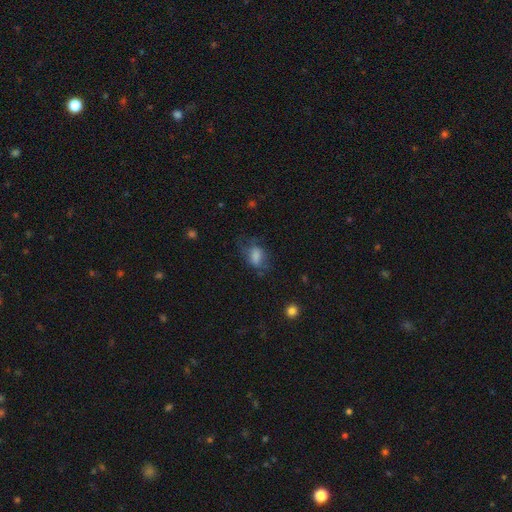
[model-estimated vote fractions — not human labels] This is likely a smooth galaxy (67%). How rounded: likely in between (80%). Merging: possibly none (47%).